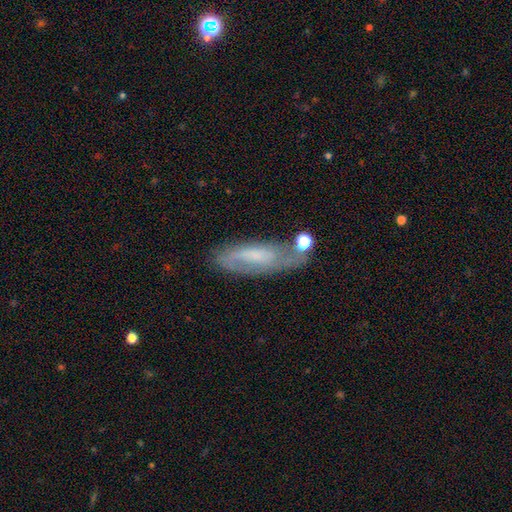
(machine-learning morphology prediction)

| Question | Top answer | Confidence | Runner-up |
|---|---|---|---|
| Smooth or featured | featured or disk | 52% | smooth (39%) |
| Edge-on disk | no | 75% | yes (25%) |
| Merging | none | 55% | minor disturbance (24%) |